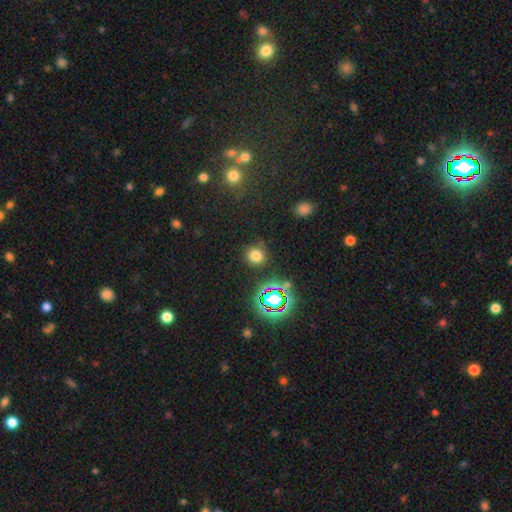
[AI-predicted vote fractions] A smooth galaxy with no disk features (72%) that is round (90%). Merging: none (84%).